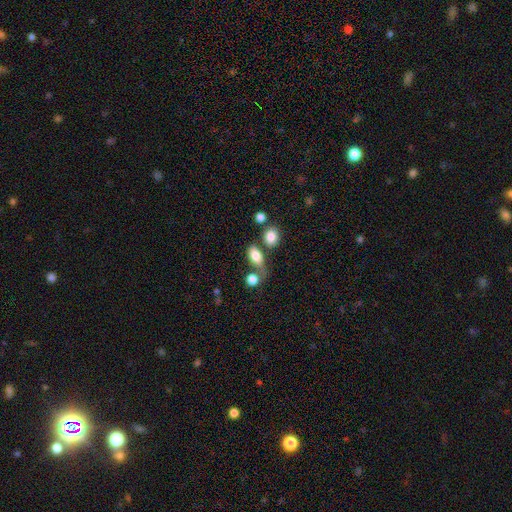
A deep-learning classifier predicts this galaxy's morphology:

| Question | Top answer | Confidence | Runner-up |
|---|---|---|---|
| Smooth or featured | smooth | 80% | featured or disk (11%) |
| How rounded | in between | 82% | round (14%) |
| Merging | none | 47% | merger (26%) |